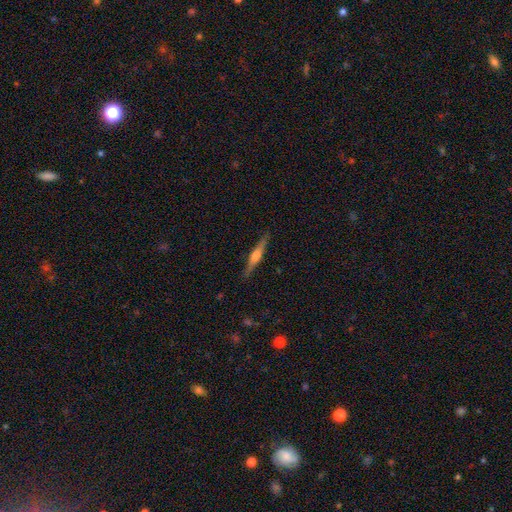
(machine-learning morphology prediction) Smooth or featured?
  - featured or disk: 68% *
  - smooth: 26%
  - star or artifact: 6%
Edge-on disk?
  - yes: 97% *
  - no: 3%
Edge-on bulge?
  - rounded: 77% *
  - boxy: 18%
  - none: 6%
Merging?
  - none: 88% *
  - minor disturbance: 9%
  - major disturbance: 2%
  - merger: 1%